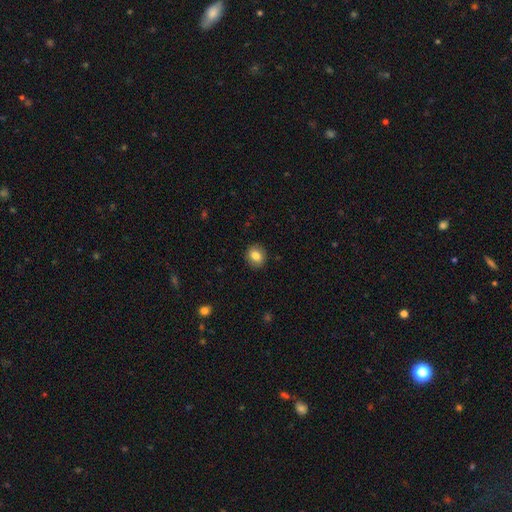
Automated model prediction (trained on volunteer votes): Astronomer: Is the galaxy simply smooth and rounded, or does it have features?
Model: smooth — 83%.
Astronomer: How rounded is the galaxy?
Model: round — 70%.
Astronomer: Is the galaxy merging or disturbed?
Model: none — 89%.